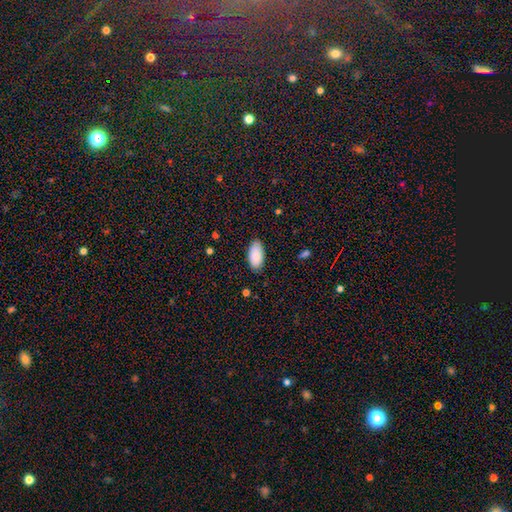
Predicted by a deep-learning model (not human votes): Q: Smooth or featured?
A: smooth (89%); runner-up: star or artifact (7%)
Q: How rounded?
A: in between (95%); runner-up: cigar-shaped (3%)
Q: Merging?
A: none (85%); runner-up: minor disturbance (12%)